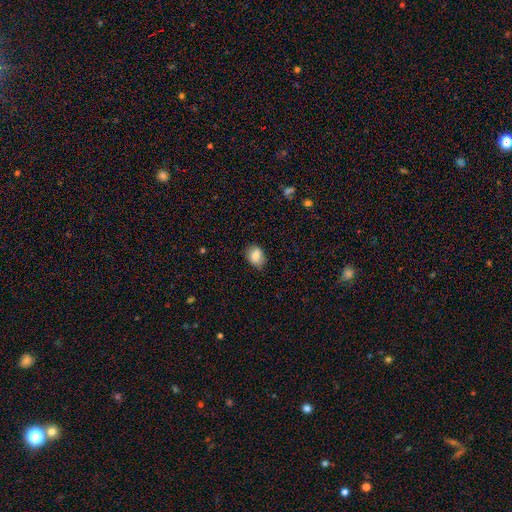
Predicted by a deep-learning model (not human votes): Smooth or featured? Predicted: smooth (p=0.82). How rounded? Predicted: in between (p=0.62). Merging? Predicted: none (p=0.81).